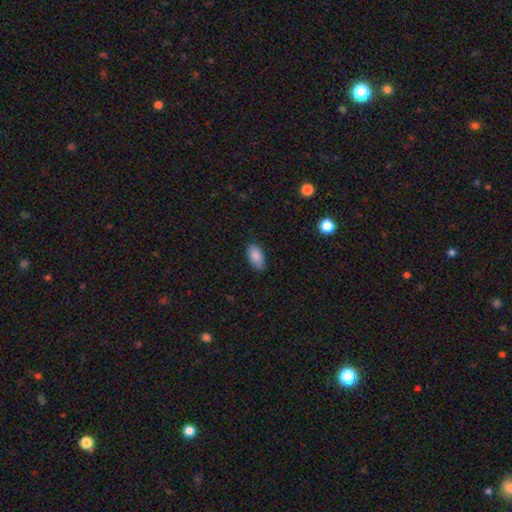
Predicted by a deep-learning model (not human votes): smooth-or-featured: smooth: 88% | star or artifact: 7% | featured or disk: 5%
  how-rounded: in between: 93% | cigar-shaped: 4% | round: 3%
  merging: none: 83% | minor disturbance: 14% | major disturbance: 3% | merger: 1%